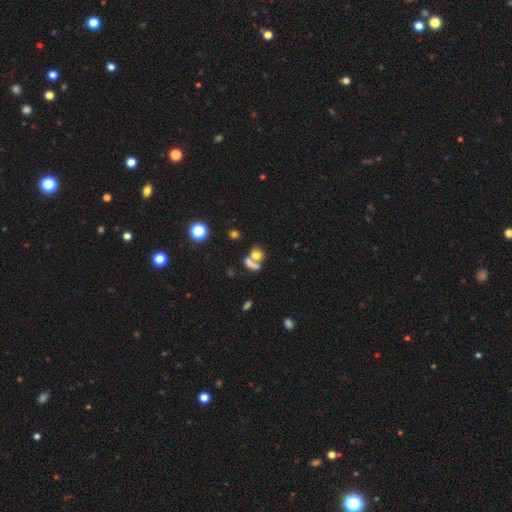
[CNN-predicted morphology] This appears to be a smooth galaxy with no disk features (71%) that is round (56%). Merging: merger (49%).